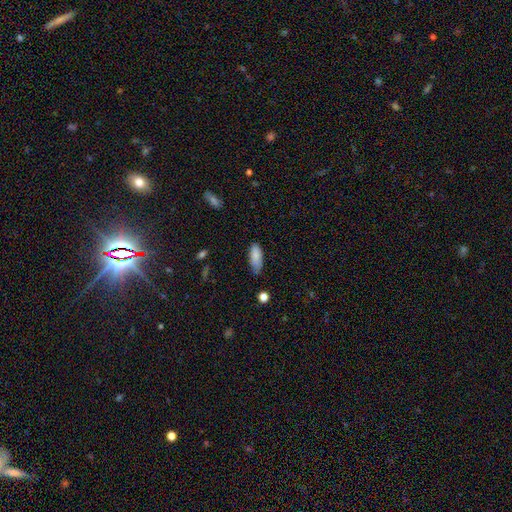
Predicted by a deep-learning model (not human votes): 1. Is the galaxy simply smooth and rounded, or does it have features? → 85% smooth, 8% featured or disk, 7% star or artifact.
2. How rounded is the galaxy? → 76% in between, 22% cigar-shaped, 2% round.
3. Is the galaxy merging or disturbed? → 68% none, 26% minor disturbance, 5% major disturbance, 2% merger.